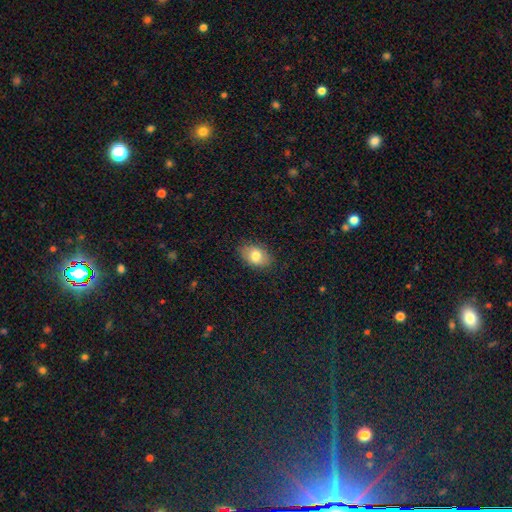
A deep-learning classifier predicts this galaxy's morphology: Smooth or featured?
  - smooth: 78% *
  - featured or disk: 14%
  - star or artifact: 8%
How rounded?
  - in between: 84% *
  - round: 14%
  - cigar-shaped: 1%
Merging?
  - none: 81% *
  - minor disturbance: 14%
  - major disturbance: 3%
  - merger: 1%